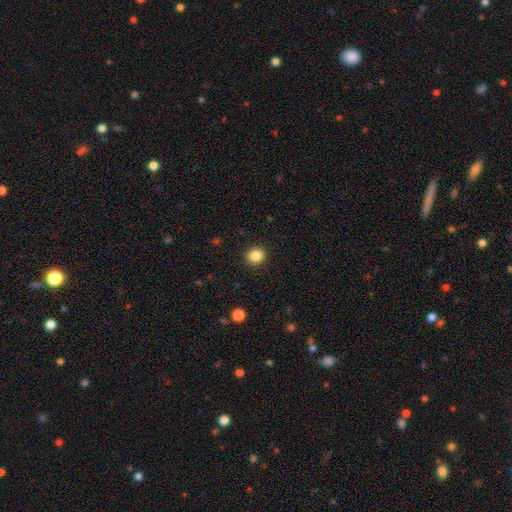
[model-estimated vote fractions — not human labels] Smooth or featured? smooth (85%)
How rounded? round (85%)
Merging? none (91%)